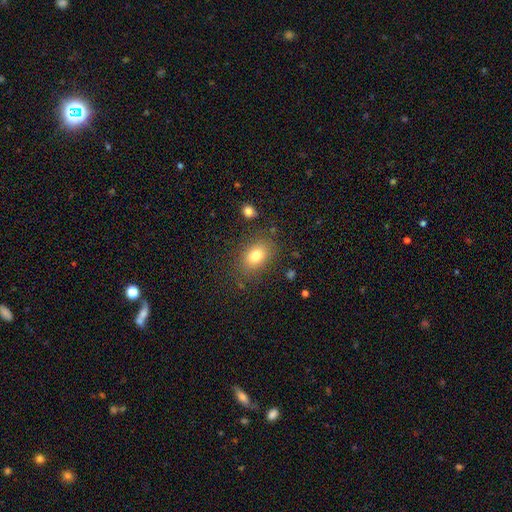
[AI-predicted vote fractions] Morphology: type=smooth (79%); roundness=in between (72%); merging=none (81%).